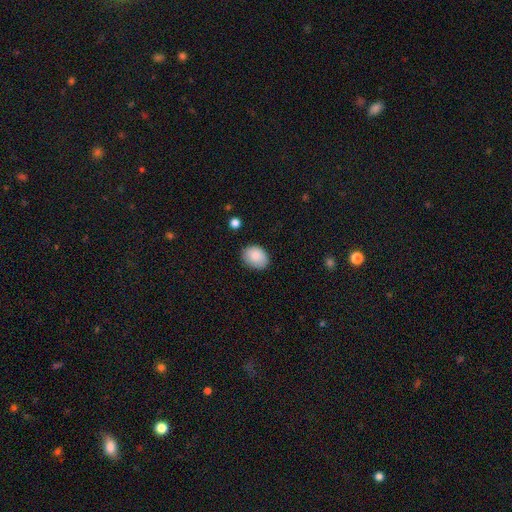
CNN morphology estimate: Smooth or featured?
  - smooth: 86% *
  - star or artifact: 7%
  - featured or disk: 7%
How rounded?
  - in between: 67% *
  - round: 32%
  - cigar-shaped: 1%
Merging?
  - none: 80% *
  - minor disturbance: 16%
  - major disturbance: 3%
  - merger: 1%